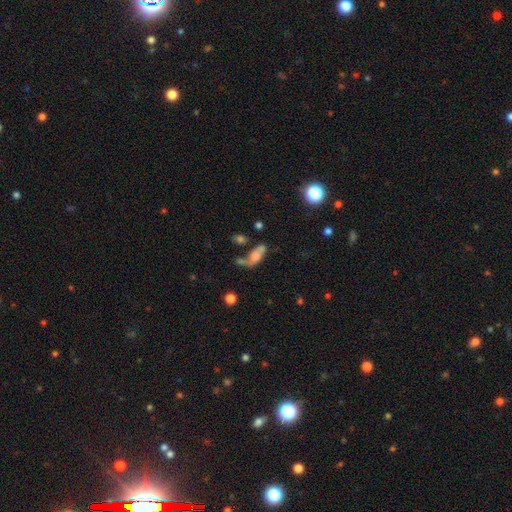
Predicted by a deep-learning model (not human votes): smooth_or_featured: featured or disk (p=0.48) [alt: smooth p=0.40]
merging: none (p=0.31) [alt: merger p=0.26]